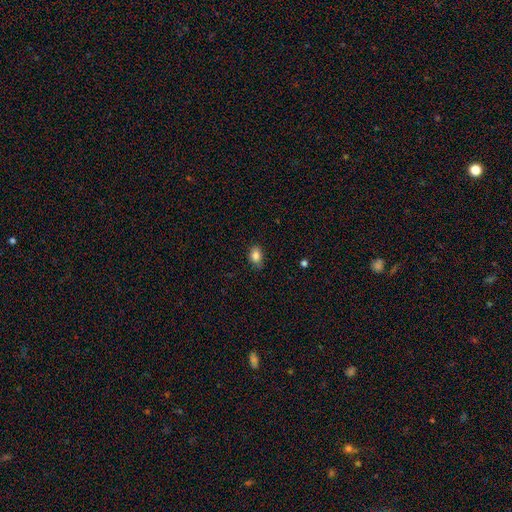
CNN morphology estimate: A smooth galaxy with no disk features (85%) that is in between round and cigar-shaped (76%).

Vote fractions:
- Smooth or featured? smooth: 85% / star or artifact: 9% / featured or disk: 5%
- How rounded? in between: 76% / round: 22% / cigar-shaped: 2%
- Merging? none: 79% / minor disturbance: 17% / major disturbance: 3% / merger: 1%